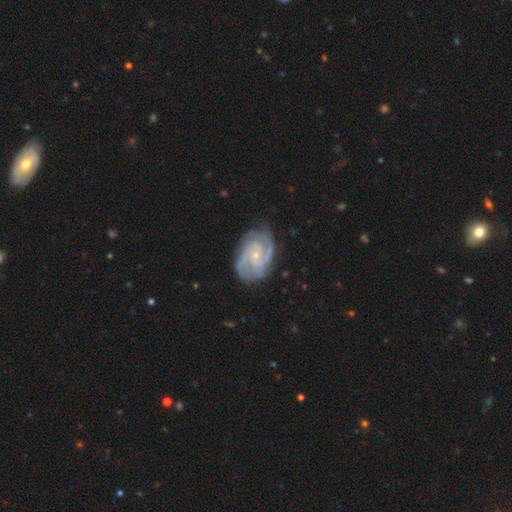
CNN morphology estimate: featured or disk 89%, smooth 6%, star or artifact 5%. Down the decision tree: edge-on disk — no (98%); bar — no (63%); spiral arms — yes (98%); spiral arm count — 2 (47%); spiral winding — tight (51%); bulge size — small (77%); merging — none (74%).